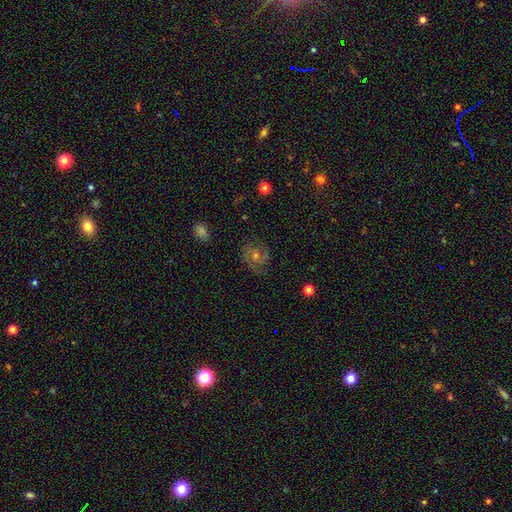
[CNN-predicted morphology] A featured or disk galaxy (69%) with no bar (61%), 2 (57%) tight (48%) spiral arms (93%) and a moderate central bulge (49%).

Vote fractions:
- Smooth or featured? featured or disk: 69% / star or artifact: 16% / smooth: 15%
- Edge-on disk? no: 97% / yes: 3%
- Bar? no: 61% / weak: 33% / strong: 6%
- Spiral arms? yes: 93% / no: 7%
- Spiral winding? tight: 48% / medium: 42% / loose: 10%
- Spiral arm count? 2: 57% / can't tell: 19% / 3: 12% / 1: 5% / 4: 4% / more than 4: 4%
- Bulge size? moderate: 49% / small: 42% / none: 4% / large: 4% / dominant: 1%
- Merging? none: 78% / minor disturbance: 14% / major disturbance: 7% / merger: 1%